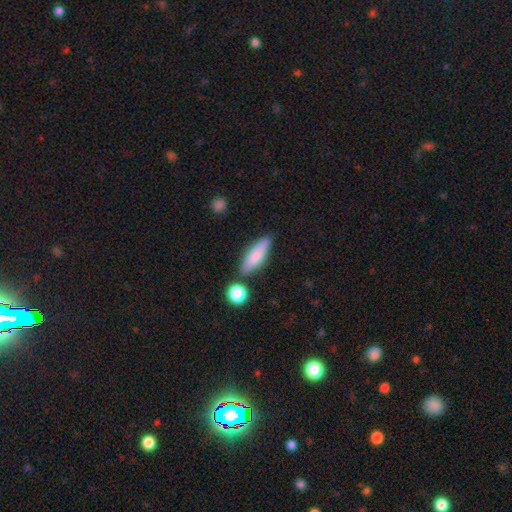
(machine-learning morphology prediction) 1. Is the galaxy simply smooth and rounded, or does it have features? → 76% smooth, 17% featured or disk, 6% star or artifact.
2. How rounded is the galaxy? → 50% cigar-shaped, 47% in between, 3% round.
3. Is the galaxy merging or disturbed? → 76% none, 14% minor disturbance, 7% merger, 3% major disturbance.